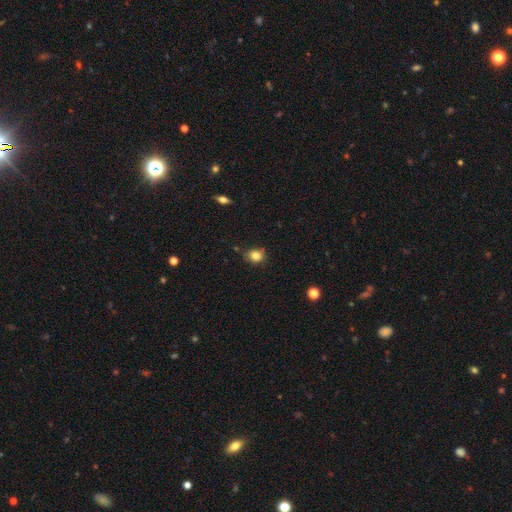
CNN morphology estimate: type=smooth (83%); roundness=round (69%); merging=none (74%).